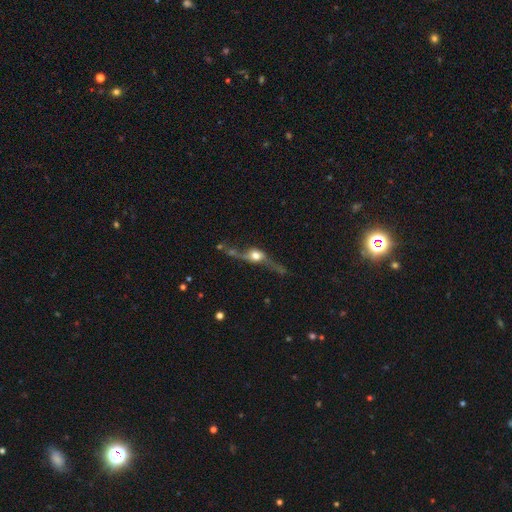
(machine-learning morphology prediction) Overall: featured or disk (73%). Edge-on disk: yes (59%; no 41%). Merging: none (47%; major disturbance 24%).